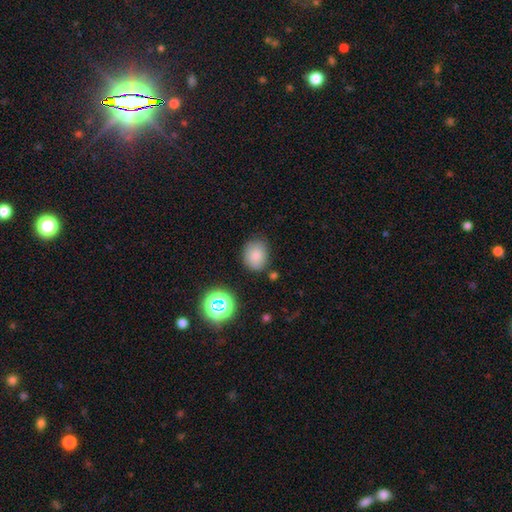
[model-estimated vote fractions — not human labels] A smooth galaxy with no disk features (81%) that is round (55%). Merging: none (78%).